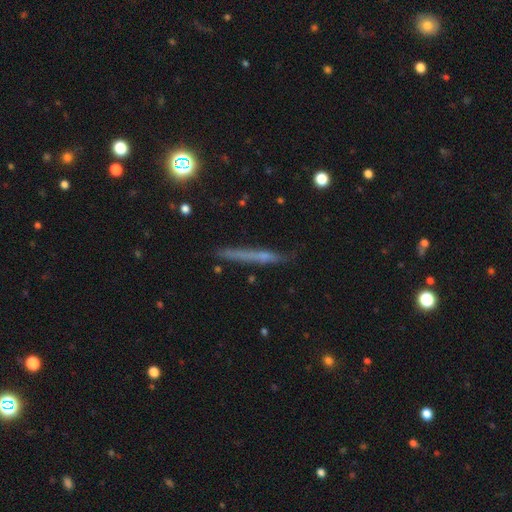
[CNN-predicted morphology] A smooth galaxy with no disk features (46%). Merging: none (81%).